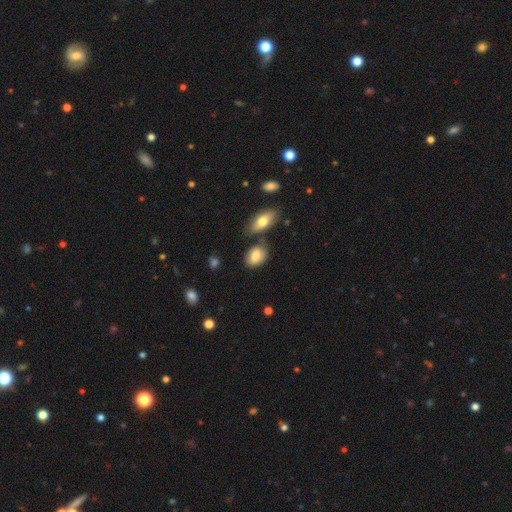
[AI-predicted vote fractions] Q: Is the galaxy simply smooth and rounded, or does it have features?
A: smooth — 80%.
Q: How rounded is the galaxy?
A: in between — 81%.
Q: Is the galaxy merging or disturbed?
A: none — 64%.